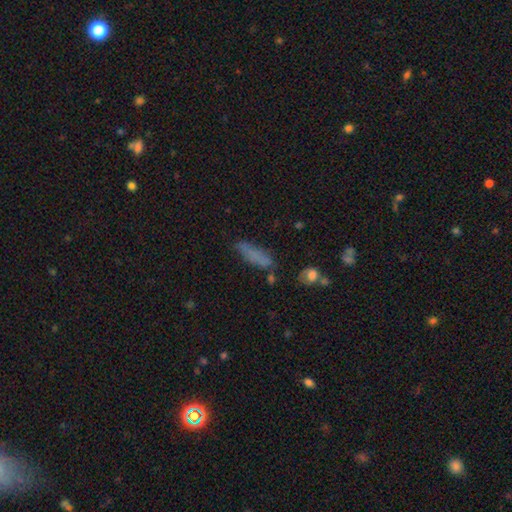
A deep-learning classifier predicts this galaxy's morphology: smooth-or-featured: smooth: 72% | featured or disk: 16% | star or artifact: 12%
  how-rounded: cigar-shaped: 70% | in between: 28% | round: 3%
  merging: none: 64% | minor disturbance: 22% | major disturbance: 8% | merger: 5%